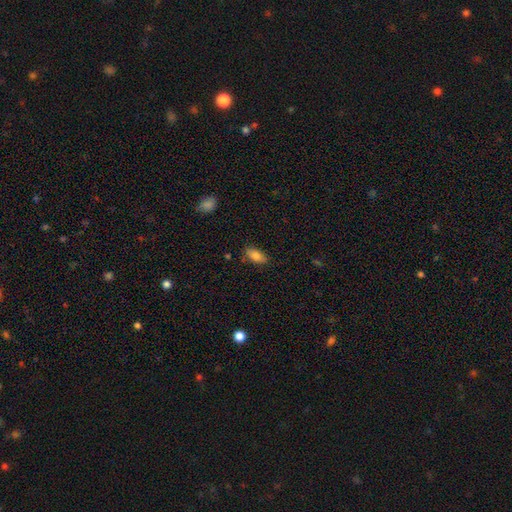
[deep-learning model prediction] Morphology: type=smooth (82%); roundness=in between (88%); merging=none (82%).